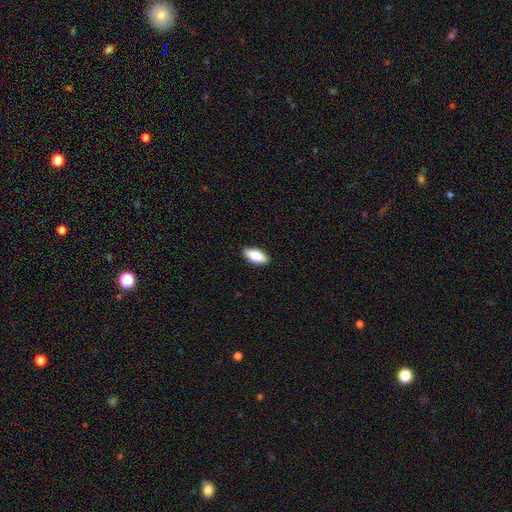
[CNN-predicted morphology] smooth-or-featured: smooth: 77% | featured or disk: 17% | star or artifact: 6%
  how-rounded: in between: 79% | cigar-shaped: 18% | round: 2%
  merging: none: 90% | minor disturbance: 8% | major disturbance: 2% | merger: 1%